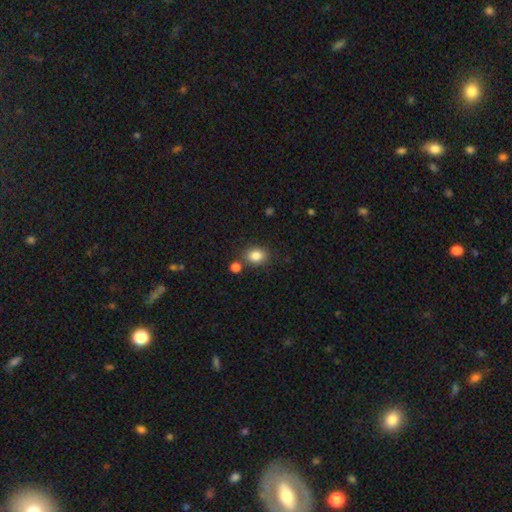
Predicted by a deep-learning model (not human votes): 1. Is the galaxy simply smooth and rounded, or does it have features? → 84% smooth, 10% star or artifact, 6% featured or disk.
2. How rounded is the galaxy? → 53% in between, 46% round, 1% cigar-shaped.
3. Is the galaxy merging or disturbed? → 74% none, 12% merger, 11% minor disturbance, 3% major disturbance.